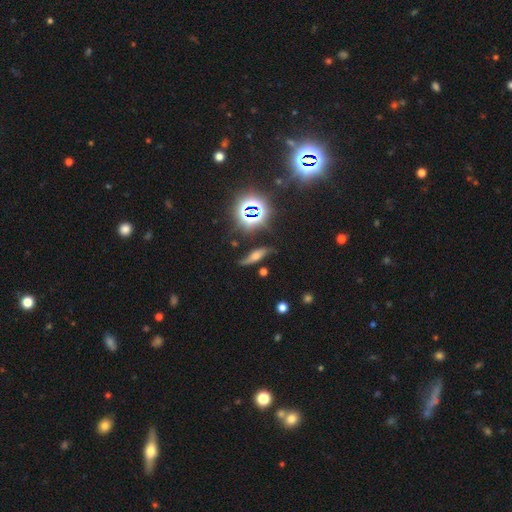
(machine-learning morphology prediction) smooth-or-featured: featured or disk: 42% | smooth: 33% | star or artifact: 26%
  merging: none: 66% | minor disturbance: 21% | major disturbance: 9% | merger: 4%